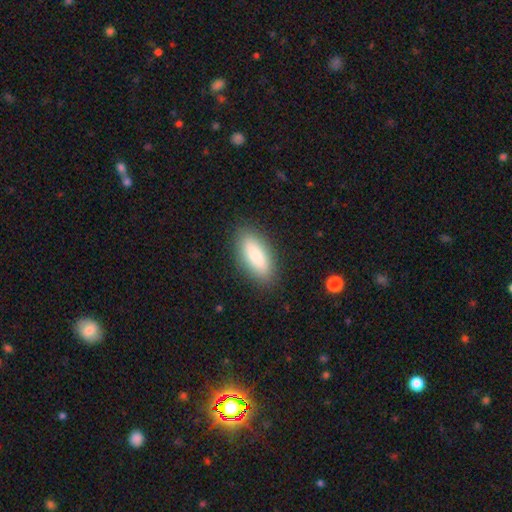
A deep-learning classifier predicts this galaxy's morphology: The model was most divided on "how rounded": in between: 78%, cigar-shaped: 20%, round: 2%. More confident: merging — none (87%); smooth or featured — smooth (84%).